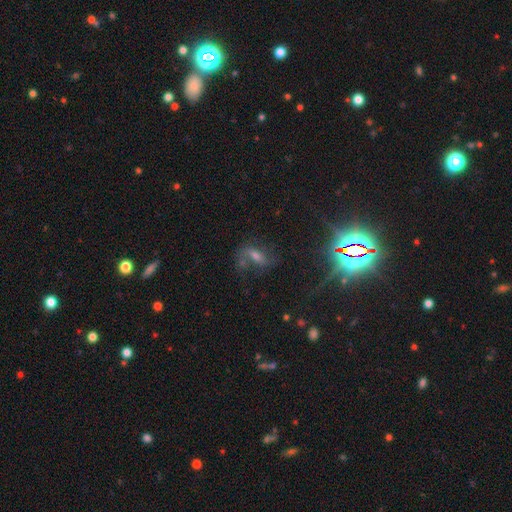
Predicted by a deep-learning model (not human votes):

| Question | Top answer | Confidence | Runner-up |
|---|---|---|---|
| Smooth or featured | featured or disk | 50% | star or artifact (31%) |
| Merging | none | 52% | major disturbance (21%) |